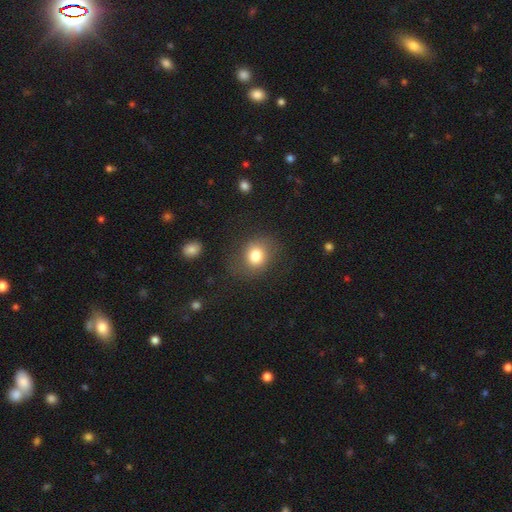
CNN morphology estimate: Smooth or featured? Predicted: smooth (p=0.80). How rounded? Predicted: round (p=0.64). Merging? Predicted: none (p=0.72).